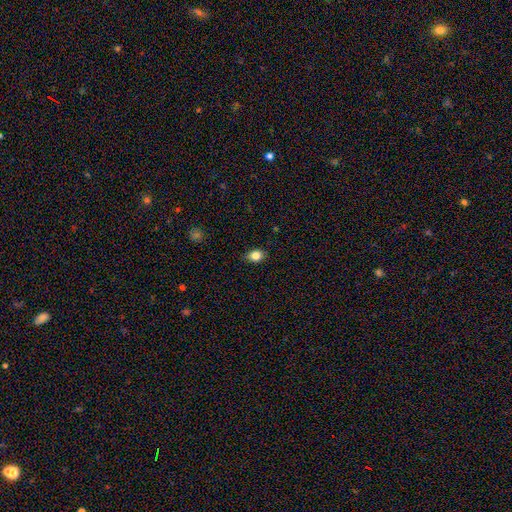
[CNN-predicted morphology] Smooth or featured? smooth (83%)
How rounded? in between (62%)
Merging? none (85%)